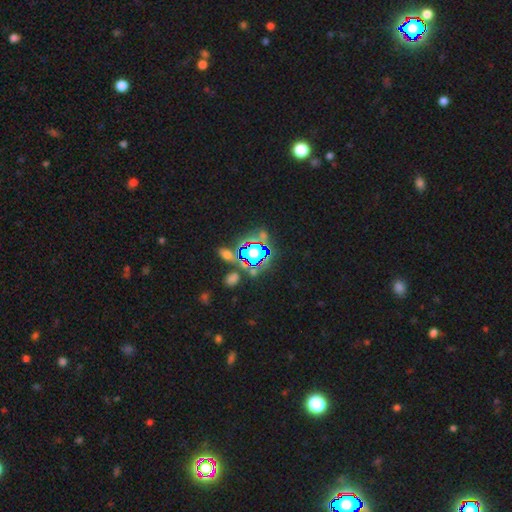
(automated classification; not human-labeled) smooth_or_featured: star or artifact (p=0.78) [alt: smooth p=0.14]